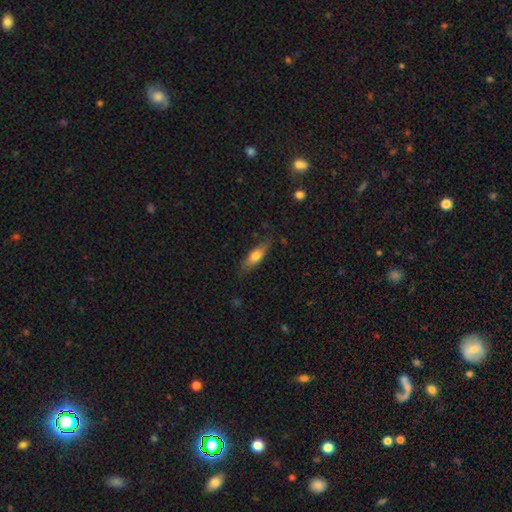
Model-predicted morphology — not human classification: smooth_or_featured: smooth (p=0.64) [alt: featured or disk p=0.30]
how_rounded: cigar-shaped (p=0.52) [alt: in between p=0.45]
merging: none (p=0.75) [alt: minor disturbance p=0.19]